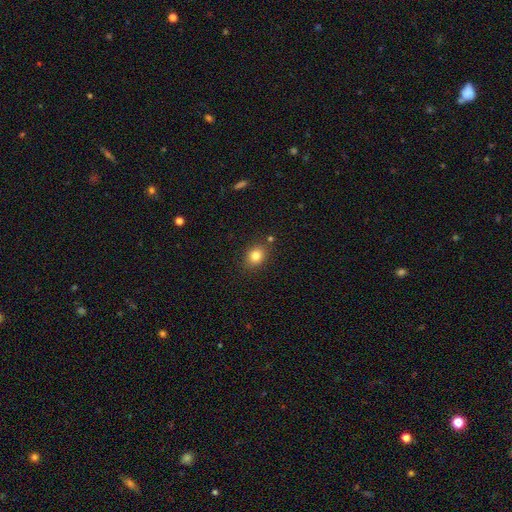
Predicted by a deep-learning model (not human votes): Overall: smooth (81%). How rounded: round (56%; in between 43%). Merging: none (81%).